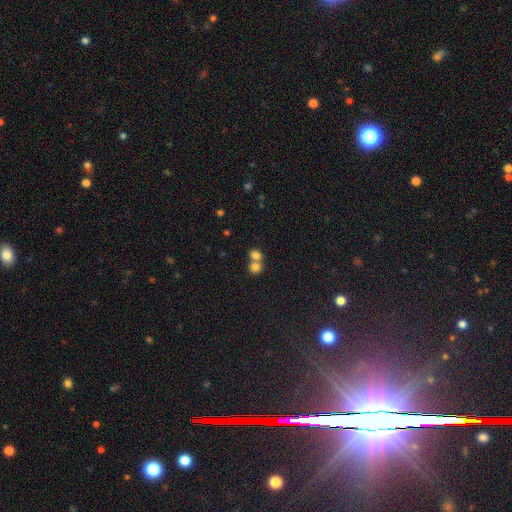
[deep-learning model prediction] A smooth galaxy with no disk features (78%) that is round (72%). Merging: merger (61%).